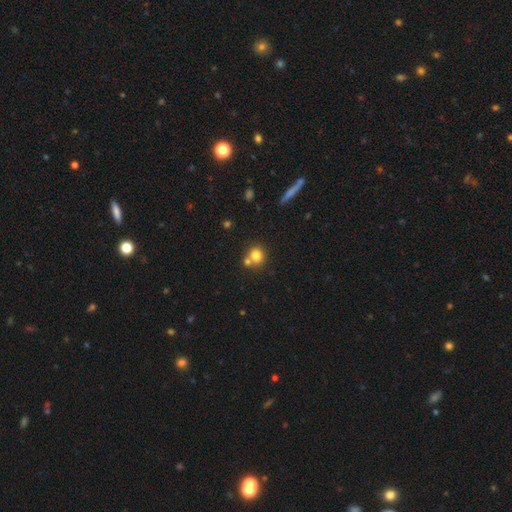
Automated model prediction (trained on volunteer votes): smooth-or-featured: smooth: 78% | star or artifact: 12% | featured or disk: 10%
  how-rounded: round: 83% | in between: 16% | cigar-shaped: 1%
  merging: none: 55% | merger: 33% | minor disturbance: 8% | major disturbance: 3%